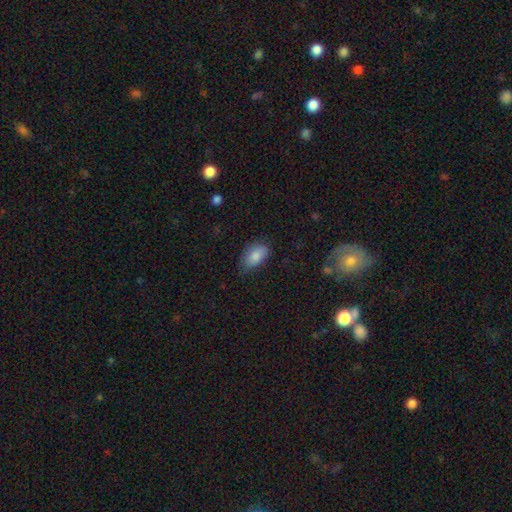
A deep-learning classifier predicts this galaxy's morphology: Overall: smooth (85%). How rounded: in between (93%). Merging: none (68%).